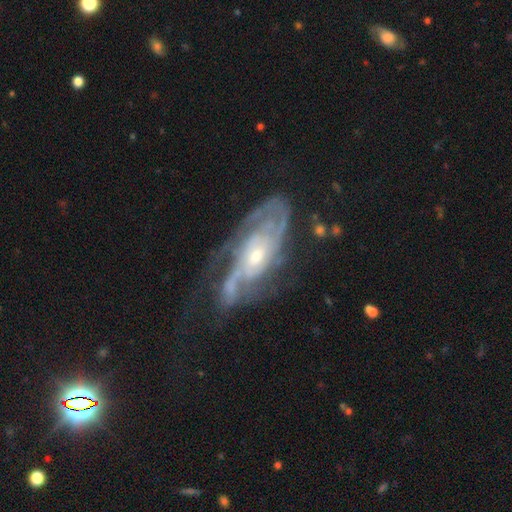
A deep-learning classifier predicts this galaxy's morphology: Smooth or featured? featured or disk (87%)
Edge-on disk? no (92%)
Bar? no (65%)
Spiral arms? yes (94%)
Spiral winding? tight (58%)
Spiral arm count? can't tell (35%)
Bulge size? moderate (50%)
Merging? none (56%)